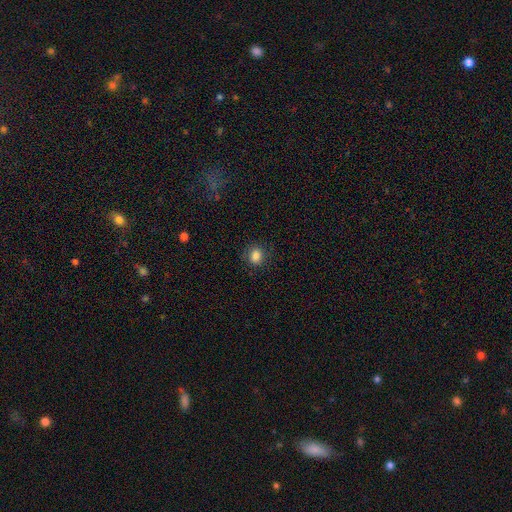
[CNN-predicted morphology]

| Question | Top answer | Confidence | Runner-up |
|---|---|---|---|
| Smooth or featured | smooth | 84% | star or artifact (11%) |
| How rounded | round | 68% | in between (31%) |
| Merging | none | 83% | minor disturbance (12%) |